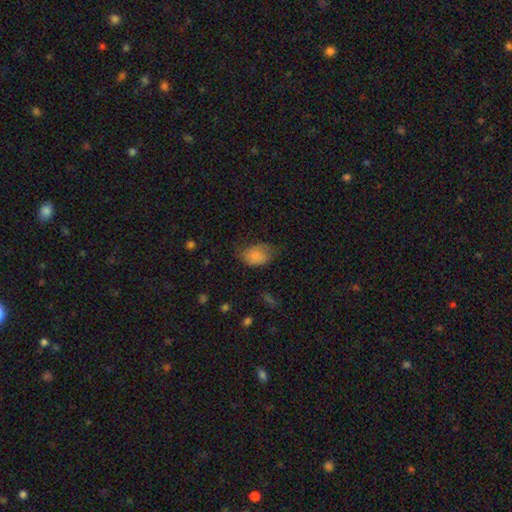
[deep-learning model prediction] This appears to be a smooth galaxy with no disk features (78%) that is in between round and cigar-shaped (81%). Merging: none (47%).